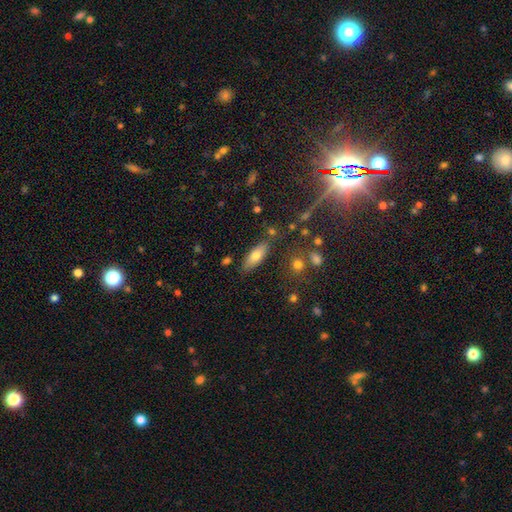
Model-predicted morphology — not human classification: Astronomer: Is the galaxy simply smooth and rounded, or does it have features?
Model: smooth — 71%.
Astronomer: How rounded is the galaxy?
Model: in between — 73%.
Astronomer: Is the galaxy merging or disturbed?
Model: none — 80%.